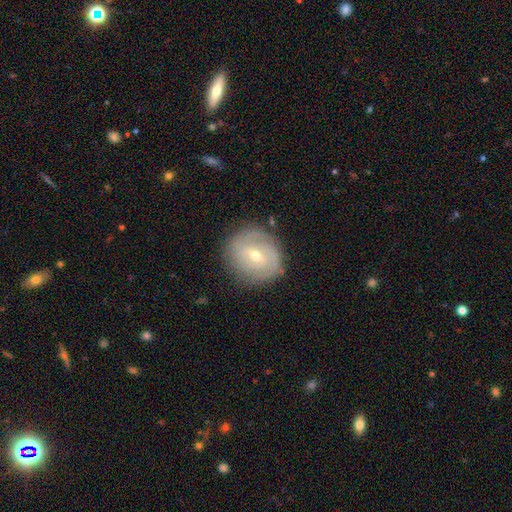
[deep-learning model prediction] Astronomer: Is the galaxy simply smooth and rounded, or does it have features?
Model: featured or disk — 74%.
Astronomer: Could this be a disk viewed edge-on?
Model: no — 96%.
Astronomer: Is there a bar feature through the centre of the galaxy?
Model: weak — 52% (runner-up: no, 32%).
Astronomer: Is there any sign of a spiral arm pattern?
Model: yes — 87%.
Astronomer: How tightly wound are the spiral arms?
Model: tight — 65%.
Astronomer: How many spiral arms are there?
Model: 2 — 48% (runner-up: can't tell, 29%).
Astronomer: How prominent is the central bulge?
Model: small — 53% (runner-up: moderate, 44%).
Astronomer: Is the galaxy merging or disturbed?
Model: none — 81%.